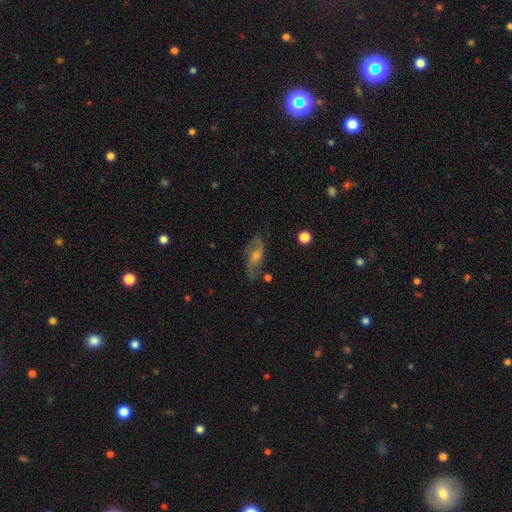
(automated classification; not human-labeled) featured or disk 69%, smooth 21%, star or artifact 11%. Down the decision tree: edge-on disk — no (86%); bar — no (53%); spiral arms — yes (89%); spiral arm count — 2 (84%); spiral winding — loose (55%); bulge size — moderate (49%); merging — none (71%).